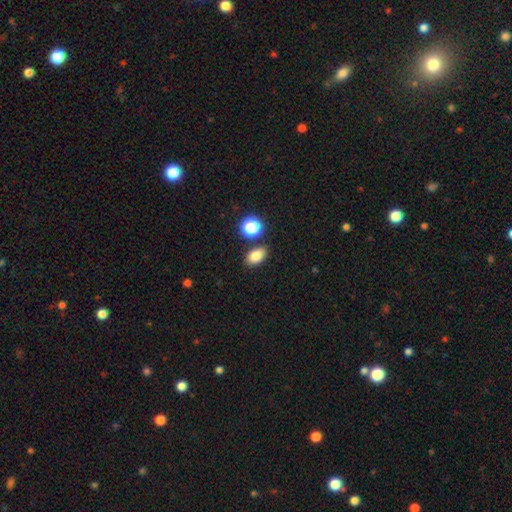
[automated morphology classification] Smooth or featured: smooth — 81% (star or artifact — 12%)
How rounded: in between — 84% (round — 14%)
Merging: none — 81% (minor disturbance — 10%)